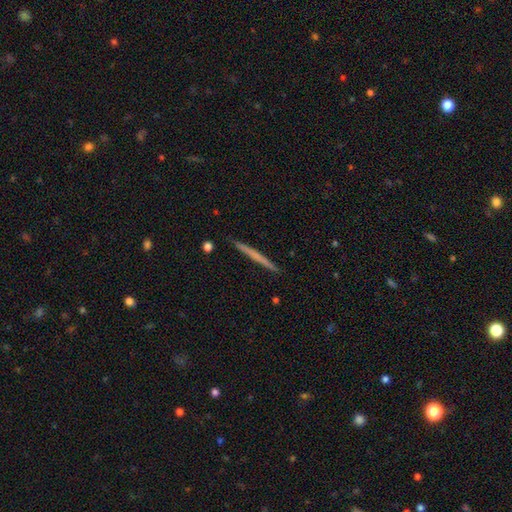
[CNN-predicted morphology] smooth_or_featured: smooth (p=0.48) [alt: featured or disk p=0.46]
merging: none (p=0.92) [alt: minor disturbance p=0.05]